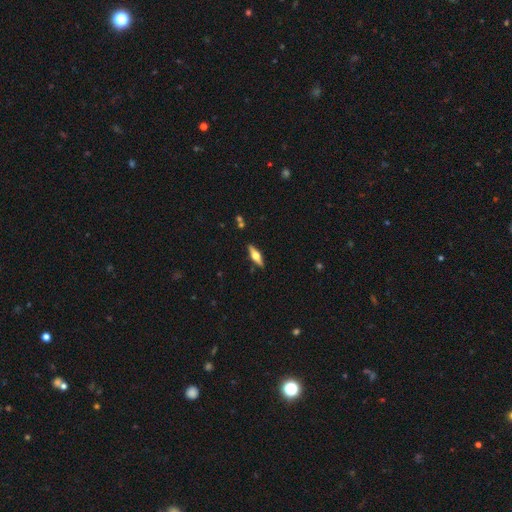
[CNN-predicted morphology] Overall: featured or disk (64%; smooth 31%). Edge-on disk: yes (95%). Edge-on bulge: rounded (94%). Merging: none (89%).